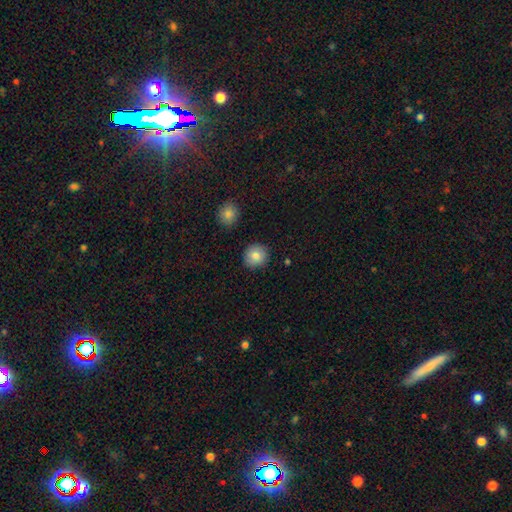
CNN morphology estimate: Overall: smooth (83%). How rounded: round (90%). Merging: none (88%).